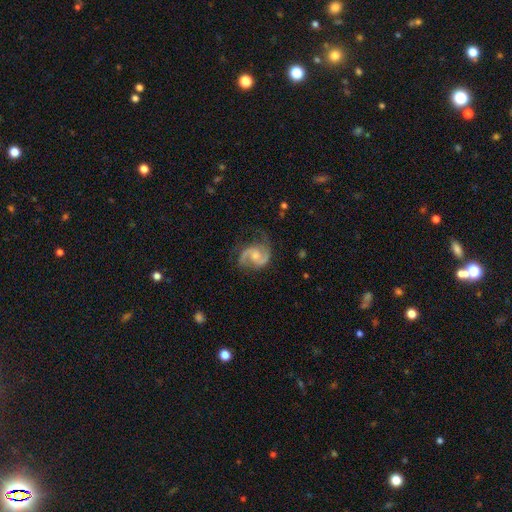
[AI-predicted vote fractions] Smooth or featured?
  - featured or disk: 89% *
  - smooth: 6%
  - star or artifact: 5%
Edge-on disk?
  - no: 98% *
  - yes: 2%
Bar?
  - no: 55% *
  - weak: 39%
  - strong: 7%
Spiral arms?
  - yes: 97% *
  - no: 3%
Spiral winding?
  - medium: 58% *
  - loose: 24%
  - tight: 18%
Spiral arm count?
  - 2: 92% *
  - can't tell: 3%
  - 3: 2%
  - 1: 2%
  - 4: 1%
  - more than 4: 1%
Bulge size?
  - moderate: 51% *
  - small: 33%
  - none: 9%
  - large: 6%
  - dominant: 1%
Merging?
  - none: 71% *
  - minor disturbance: 19%
  - major disturbance: 9%
  - merger: 1%